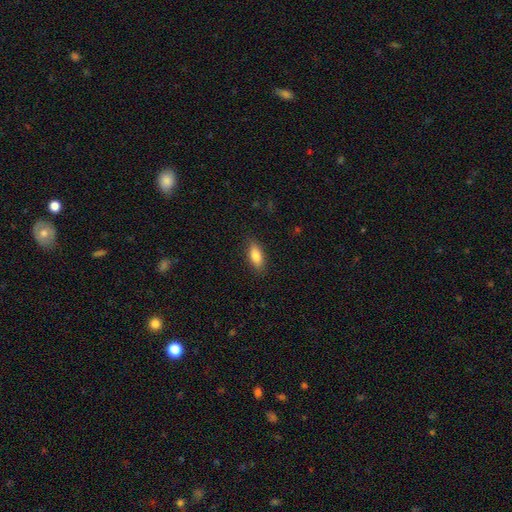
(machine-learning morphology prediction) smooth-or-featured: smooth: 81% | featured or disk: 12% | star or artifact: 7%
  how-rounded: in between: 79% | cigar-shaped: 18% | round: 3%
  merging: none: 86% | minor disturbance: 11% | major disturbance: 2% | merger: 1%